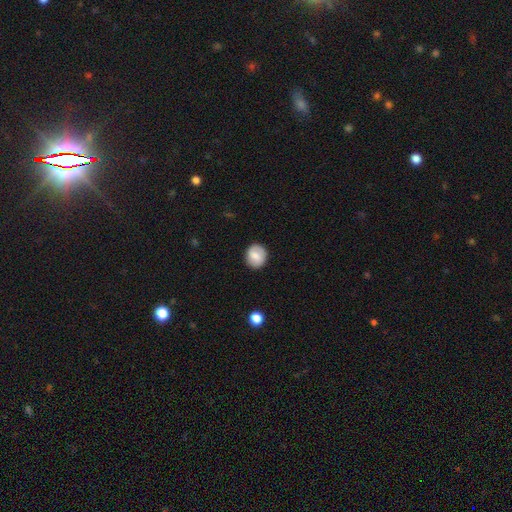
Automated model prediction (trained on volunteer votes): smooth-or-featured: smooth: 75% | featured or disk: 17% | star or artifact: 8%
  how-rounded: round: 78% | in between: 21% | cigar-shaped: 1%
  merging: none: 86% | minor disturbance: 10% | major disturbance: 3% | merger: 1%